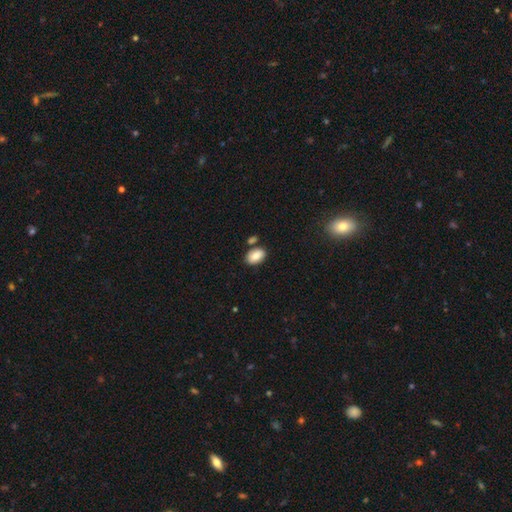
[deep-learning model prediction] Overall: smooth (85%). How rounded: in between (90%). Merging: none (73%).